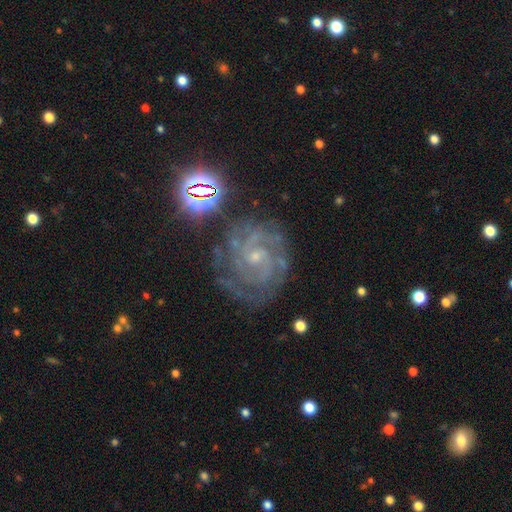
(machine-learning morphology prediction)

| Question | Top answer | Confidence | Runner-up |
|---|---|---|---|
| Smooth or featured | featured or disk | 79% | star or artifact (14%) |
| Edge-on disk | no | 97% | yes (3%) |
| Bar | no | 60% | weak (30%) |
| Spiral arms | yes | 97% | no (3%) |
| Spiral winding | tight | 78% | medium (19%) |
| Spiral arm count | can't tell | 25% | 3 (22%) |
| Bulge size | small | 78% | moderate (17%) |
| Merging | none | 77% | minor disturbance (15%) |